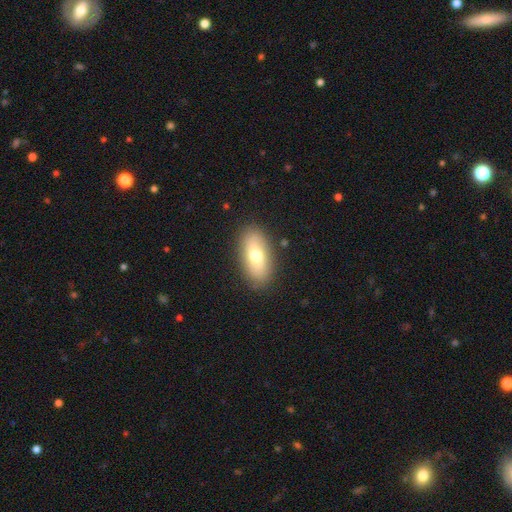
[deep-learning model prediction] smooth-or-featured: smooth: 66% | featured or disk: 27% | star or artifact: 7%
  how-rounded: in between: 87% | cigar-shaped: 8% | round: 4%
  merging: none: 87% | minor disturbance: 9% | major disturbance: 3% | merger: 1%